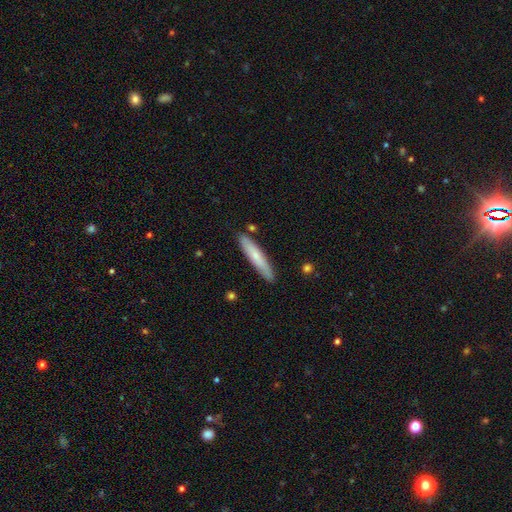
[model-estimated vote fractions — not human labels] The model was most divided on "smooth or featured": smooth: 66%, featured or disk: 28%, star or artifact: 6%. More confident: how rounded — cigar-shaped (90%); merging — none (85%).